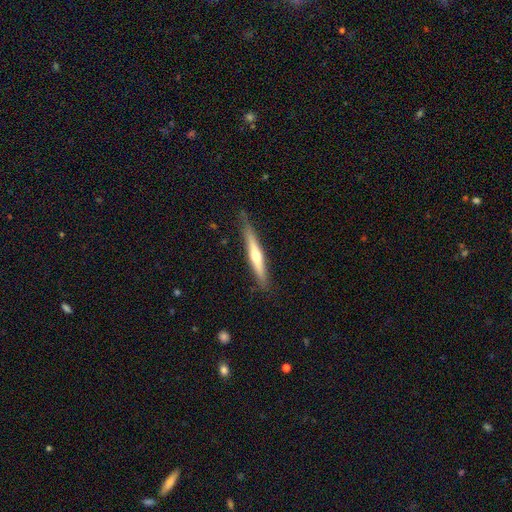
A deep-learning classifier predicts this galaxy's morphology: Q: Smooth or featured?
A: featured or disk (58%); runner-up: smooth (37%)
Q: Edge-on disk?
A: yes (96%); runner-up: no (4%)
Q: Edge-on bulge?
A: rounded (83%); runner-up: none (13%)
Q: Merging?
A: none (81%); runner-up: minor disturbance (15%)